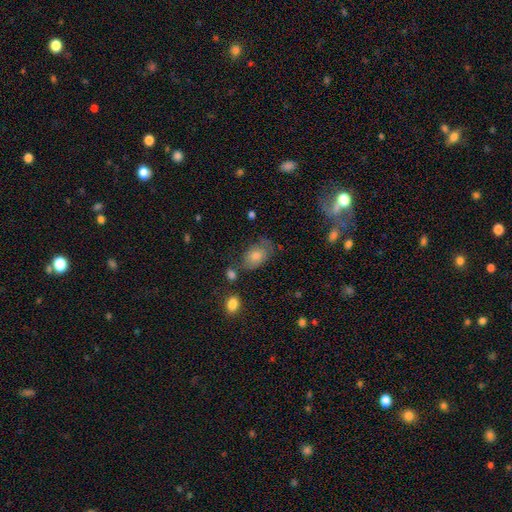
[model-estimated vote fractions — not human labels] A smooth galaxy with no disk features (60%) that is in between round and cigar-shaped (82%). Merging: none (60%).